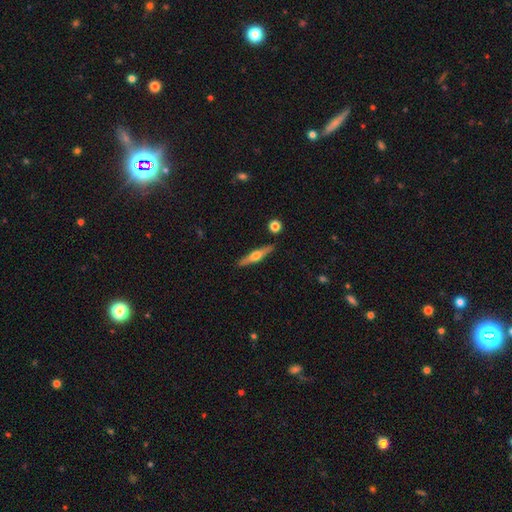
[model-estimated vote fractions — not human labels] This is likely a featured or disk galaxy (62%). It is clearly viewed edge-on (97%). Edge-on bulge: clearly rounded (93%). Merging: clearly none (89%).